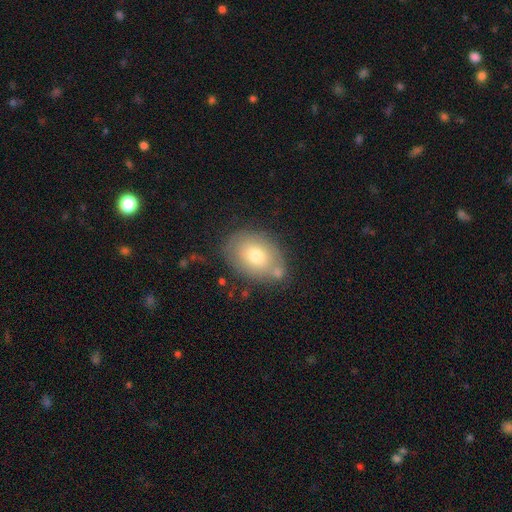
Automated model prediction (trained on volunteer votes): A smooth galaxy with no disk features (68%) that is in between round and cigar-shaped (71%). Merging: none (66%).